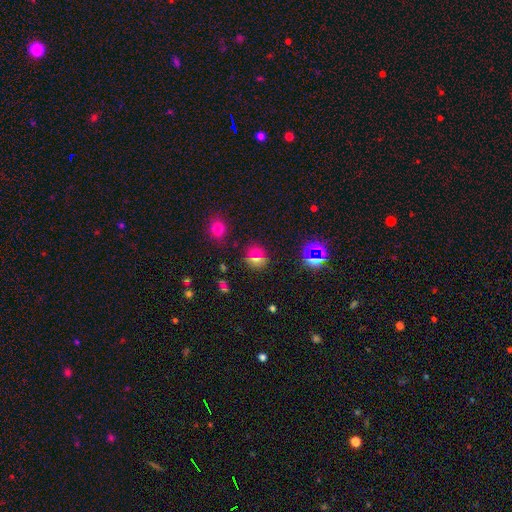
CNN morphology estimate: Q: Smooth or featured?
A: smooth (55%); runner-up: star or artifact (33%)
Q: How rounded?
A: round (82%); runner-up: in between (17%)
Q: Merging?
A: none (76%); runner-up: merger (11%)